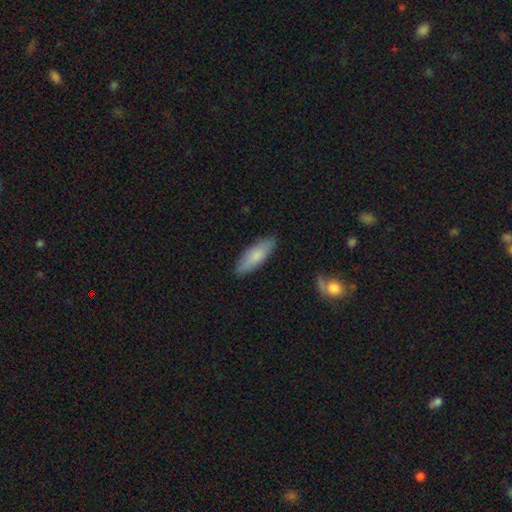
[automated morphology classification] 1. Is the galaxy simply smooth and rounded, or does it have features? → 78% smooth, 16% featured or disk, 6% star or artifact.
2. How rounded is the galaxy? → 55% in between, 44% cigar-shaped, 2% round.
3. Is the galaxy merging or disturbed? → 85% none, 12% minor disturbance, 2% major disturbance, 1% merger.